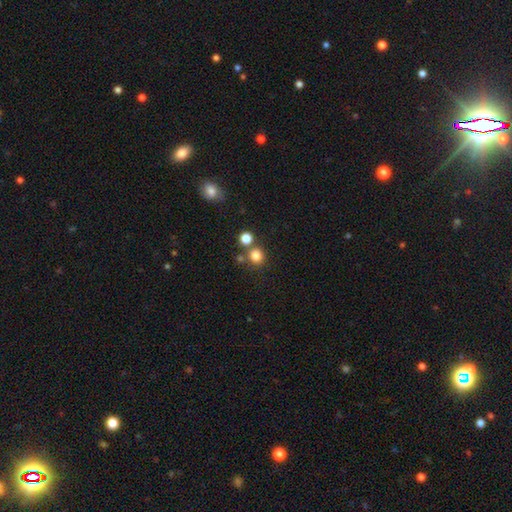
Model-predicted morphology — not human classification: smooth_or_featured: smooth (p=0.81) [alt: star or artifact p=0.14]
how_rounded: round (p=0.88) [alt: in between p=0.11]
merging: none (p=0.73) [alt: merger p=0.16]